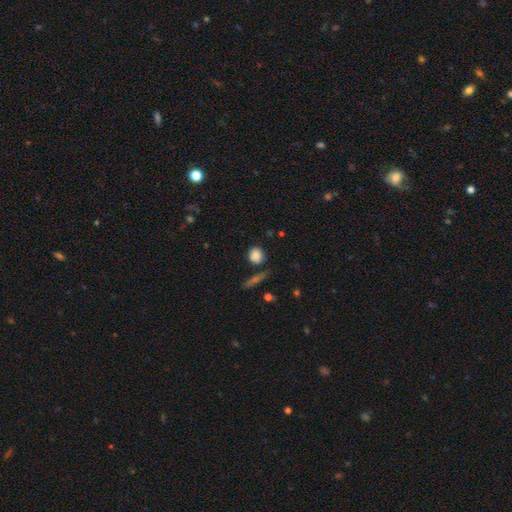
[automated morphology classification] Smooth or featured: smooth — 84% (star or artifact — 9%)
How rounded: round — 81% (in between — 17%)
Merging: none — 75% (minor disturbance — 14%)